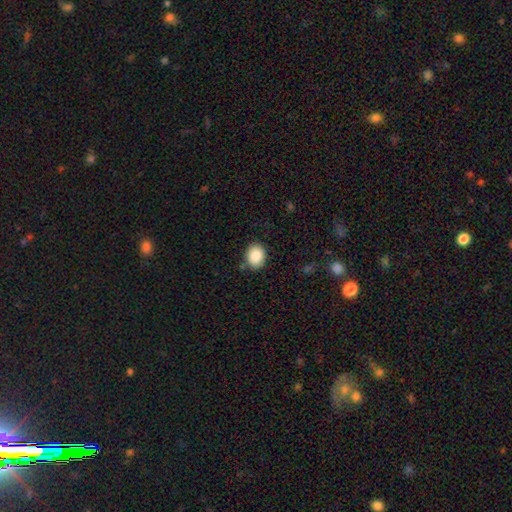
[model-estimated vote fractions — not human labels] This appears to be a smooth galaxy with no disk features (87%) that is round (51%). Merging: none (84%).